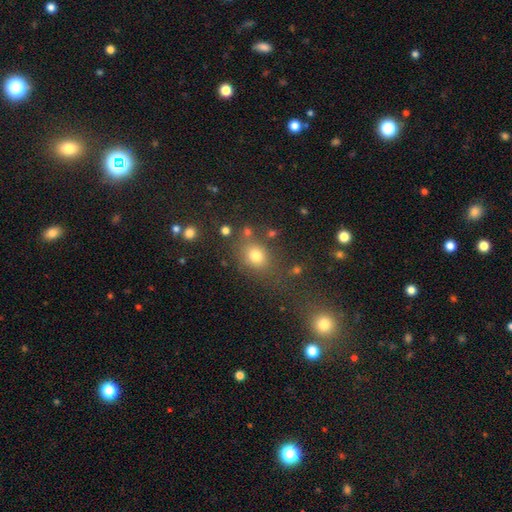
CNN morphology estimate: Smooth or featured? Predicted: smooth (p=0.75). How rounded? Predicted: round (p=0.56). Merging? Predicted: none (p=0.69).